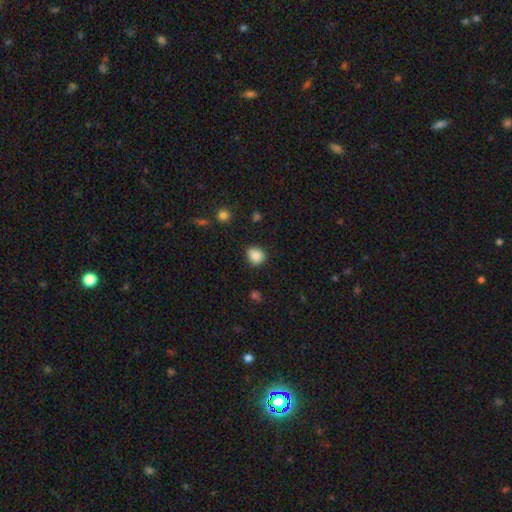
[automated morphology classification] Overall: smooth (85%). How rounded: round (71%). Merging: none (71%).